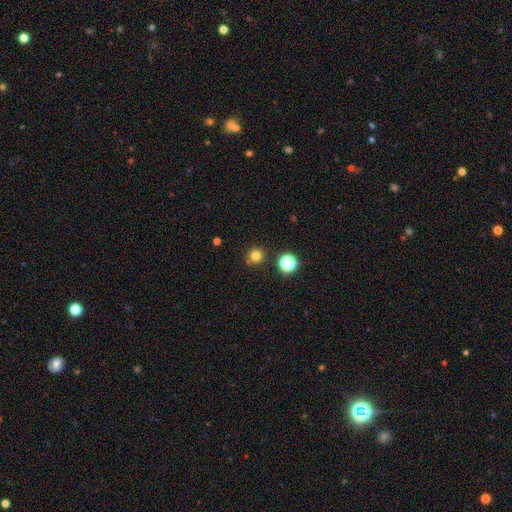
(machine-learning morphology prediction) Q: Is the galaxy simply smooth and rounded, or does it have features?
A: smooth — 78%.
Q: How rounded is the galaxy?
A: round — 95%.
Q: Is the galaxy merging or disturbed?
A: none — 85%.